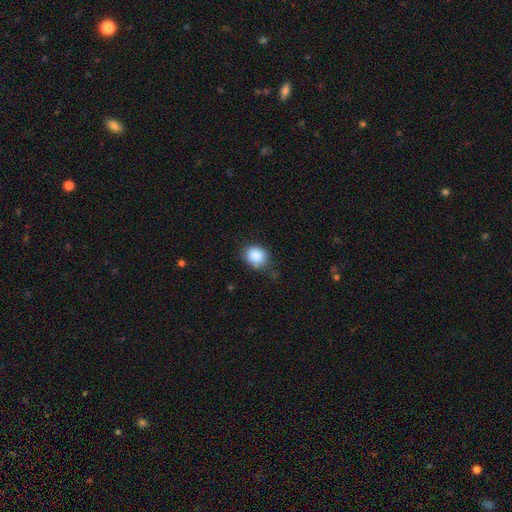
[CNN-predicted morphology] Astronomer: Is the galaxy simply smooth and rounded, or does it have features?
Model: smooth — 88%.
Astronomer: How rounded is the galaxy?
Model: round — 64%.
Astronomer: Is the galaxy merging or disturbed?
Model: none — 69%.